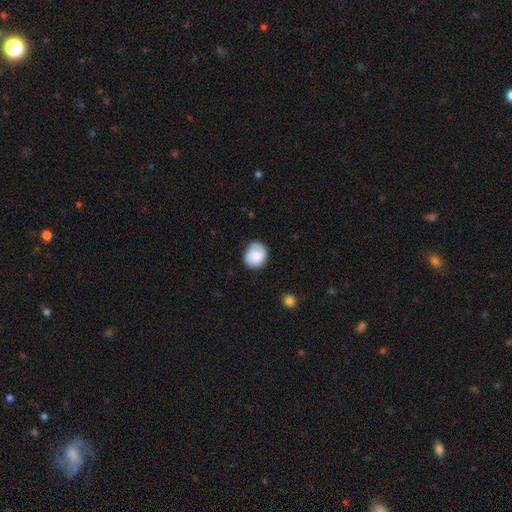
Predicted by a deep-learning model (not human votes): Morphology: type=smooth (78%); roundness=round (73%); merging=none (71%).